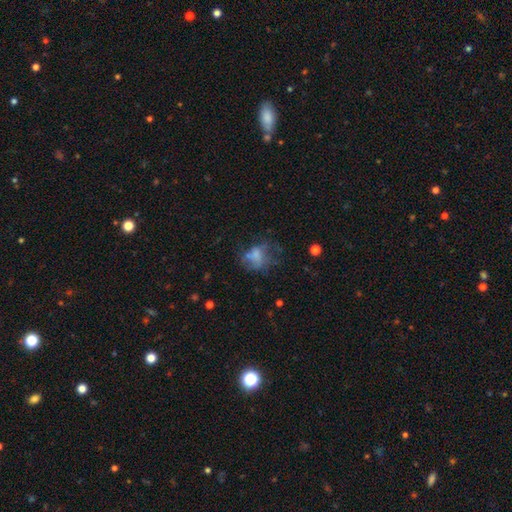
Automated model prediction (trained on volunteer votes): Q: Smooth or featured?
A: smooth (52%); runner-up: featured or disk (33%)
Q: How rounded?
A: round (50%); runner-up: in between (48%)
Q: Merging?
A: none (38%); runner-up: major disturbance (32%)